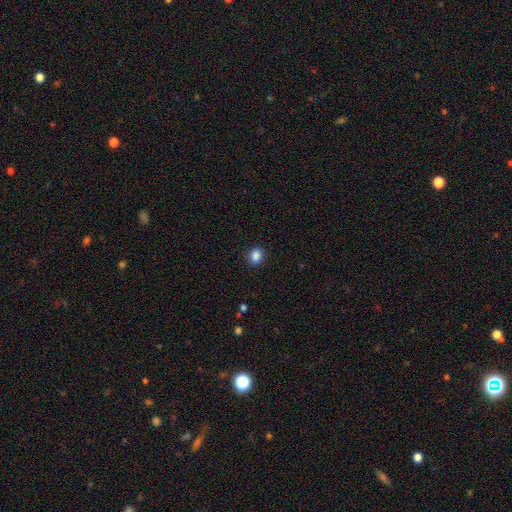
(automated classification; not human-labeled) Smooth or featured: smooth — 87% (star or artifact — 10%)
How rounded: round — 56% (in between — 43%)
Merging: none — 89% (minor disturbance — 8%)